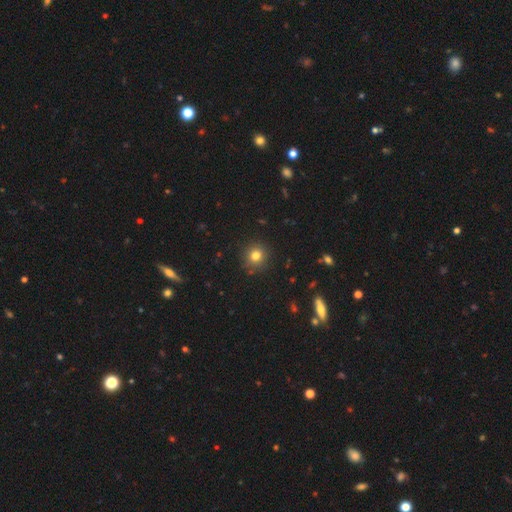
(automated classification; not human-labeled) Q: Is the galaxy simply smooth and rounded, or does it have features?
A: smooth — 79%.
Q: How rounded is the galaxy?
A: round — 92%.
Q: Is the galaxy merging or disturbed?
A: none — 90%.